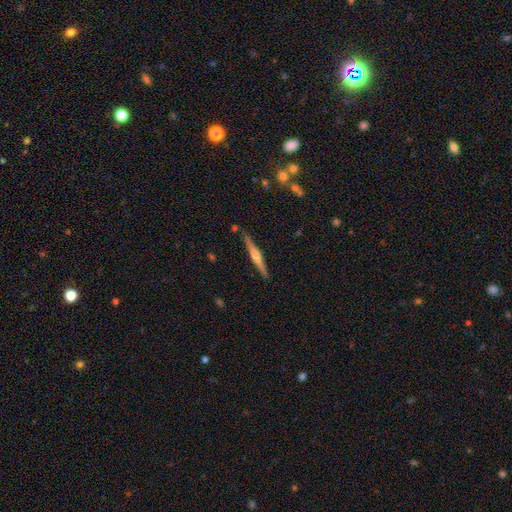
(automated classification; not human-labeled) smooth_or_featured: featured or disk (p=0.69) [alt: smooth p=0.25]
disk_edge_on: yes (p=0.98) [alt: no p=0.02]
edge_on_bulge: rounded (p=0.71) [alt: boxy p=0.21]
merging: none (p=0.88) [alt: minor disturbance p=0.09]